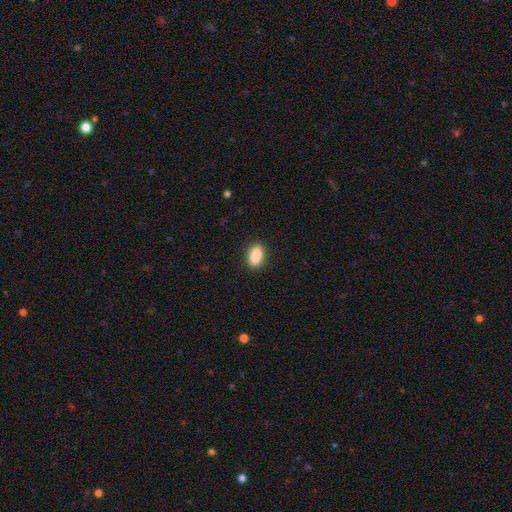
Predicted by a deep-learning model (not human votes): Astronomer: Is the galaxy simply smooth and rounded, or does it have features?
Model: smooth — 87%.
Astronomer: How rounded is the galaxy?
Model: in between — 86%.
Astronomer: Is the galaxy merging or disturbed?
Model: none — 89%.